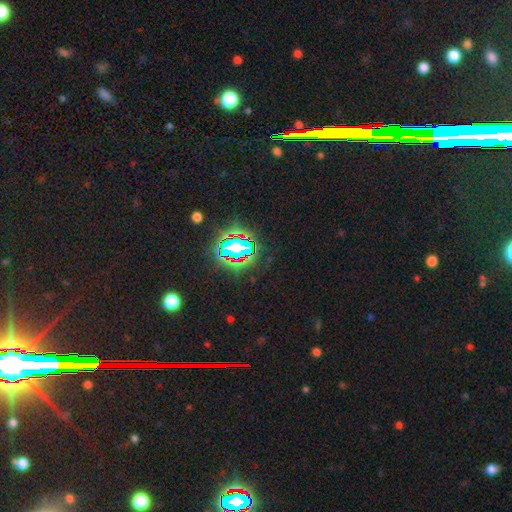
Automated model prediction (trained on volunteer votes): Smooth or featured? Predicted: star or artifact (p=0.84).